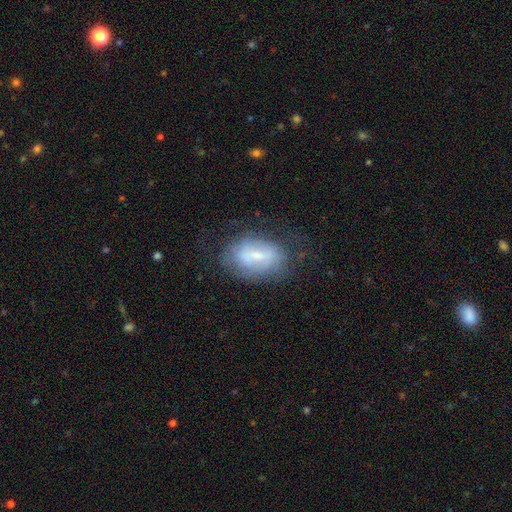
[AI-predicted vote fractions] Smooth or featured? Predicted: smooth (p=0.45, tied with featured or disk). Merging? Predicted: none (p=0.61).